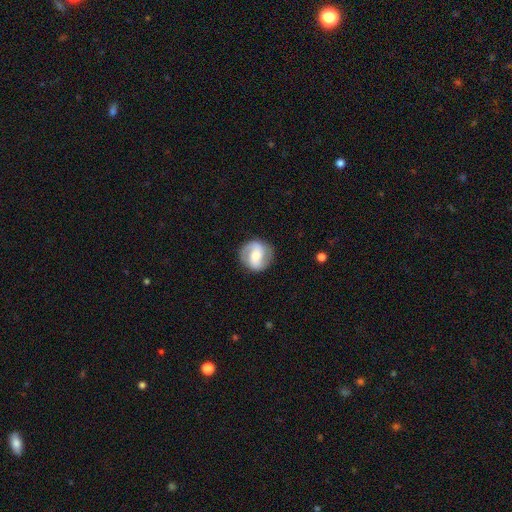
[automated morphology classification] smooth-or-featured: featured or disk: 67% | smooth: 27% | star or artifact: 6%
  disk-edge-on: no: 97% | yes: 3%
    bar: weak: 39% | strong: 34% | no: 28%
    has-spiral-arms: yes: 86% | no: 14%
      spiral-winding: medium: 45% | tight: 28% | loose: 27%
      spiral-arm-count: 2: 90% | can't tell: 5% | 1: 2% | 3: 1% | 4: 1% | more than 4: 1%
    bulge-size: moderate: 59% | small: 30% | large: 8% | none: 2% | dominant: 2%
  merging: none: 86% | minor disturbance: 10% | major disturbance: 3% | merger: 1%